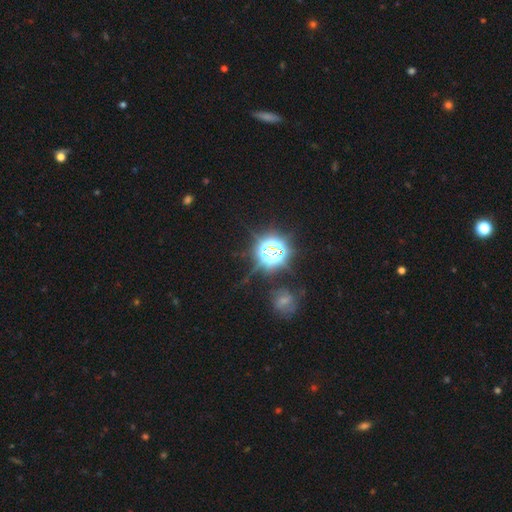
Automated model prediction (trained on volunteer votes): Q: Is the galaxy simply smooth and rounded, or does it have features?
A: star or artifact — 78%.